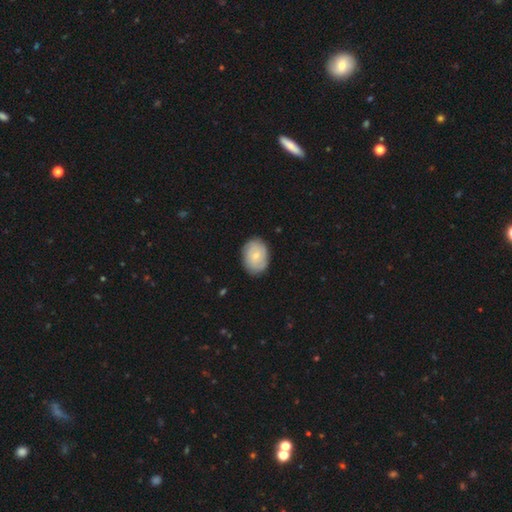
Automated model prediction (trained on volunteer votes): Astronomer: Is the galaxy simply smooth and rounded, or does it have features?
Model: smooth — 63%.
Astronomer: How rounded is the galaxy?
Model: in between — 77%.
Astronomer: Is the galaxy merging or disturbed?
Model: none — 84%.